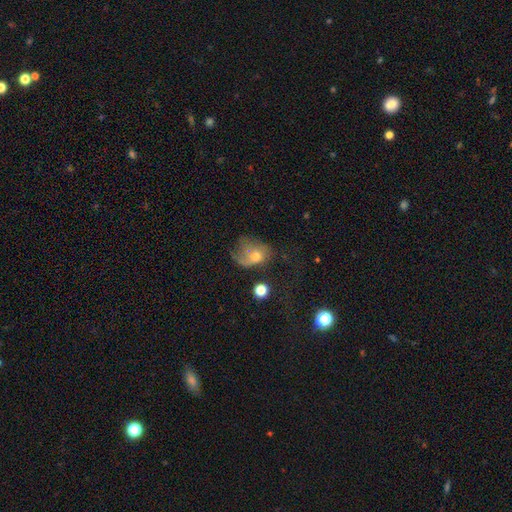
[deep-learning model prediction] The model was most divided on "how rounded": in between: 51%, round: 48%, cigar-shaped: 1%. Remaining: smooth or featured — smooth (55%); merging — major disturbance (44%).